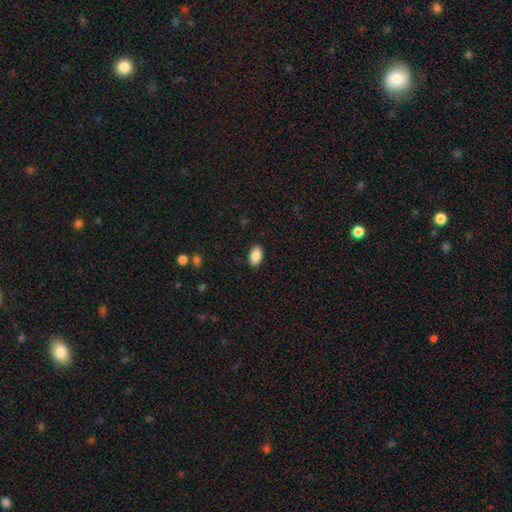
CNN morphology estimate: Q: Smooth or featured?
A: smooth (89%); runner-up: star or artifact (7%)
Q: How rounded?
A: in between (93%); runner-up: round (5%)
Q: Merging?
A: none (89%); runner-up: minor disturbance (8%)